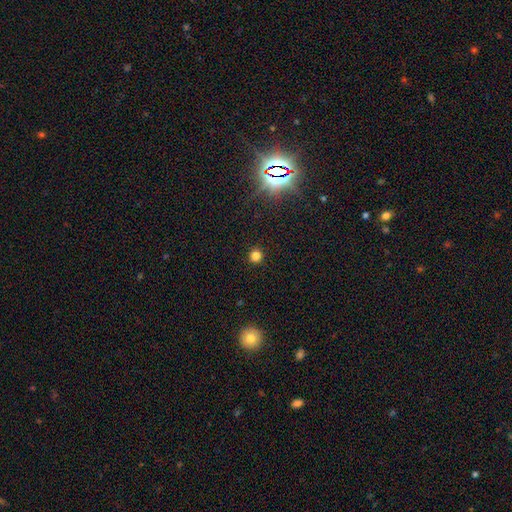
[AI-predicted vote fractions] Q: Smooth or featured?
A: smooth (80%); runner-up: star or artifact (16%)
Q: How rounded?
A: round (95%); runner-up: in between (4%)
Q: Merging?
A: none (92%); runner-up: minor disturbance (5%)